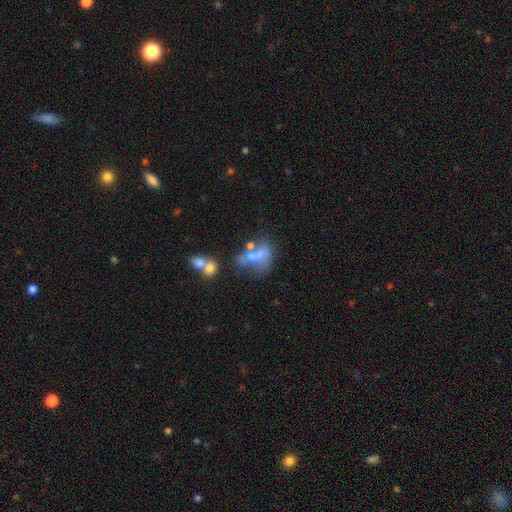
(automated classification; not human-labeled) smooth_or_featured: smooth (p=0.44) [alt: featured or disk p=0.41]
merging: merger (p=0.44) [alt: none p=0.22]